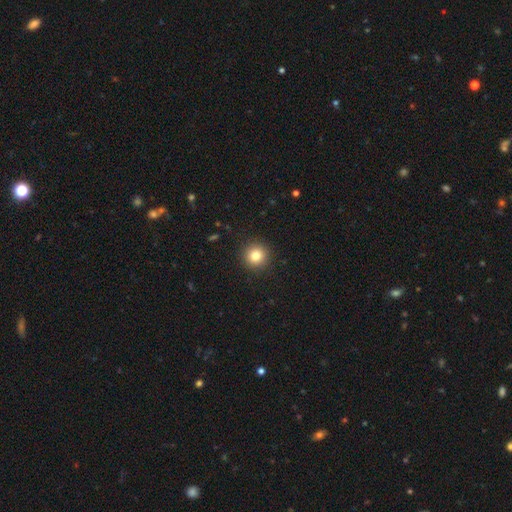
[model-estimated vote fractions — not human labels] Overall: smooth (81%). How rounded: round (95%). Merging: none (92%).